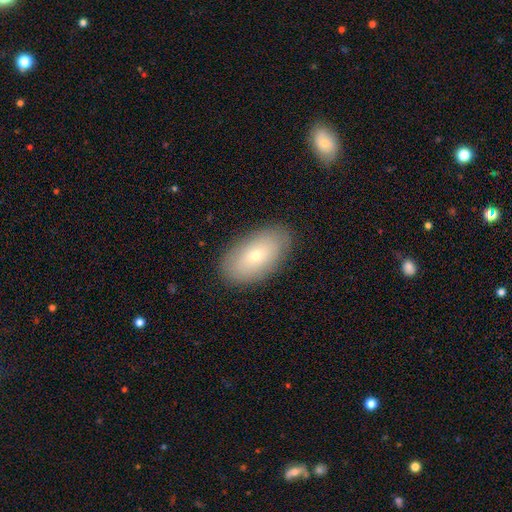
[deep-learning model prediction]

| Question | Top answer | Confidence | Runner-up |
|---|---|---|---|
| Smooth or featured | smooth | 70% | featured or disk (22%) |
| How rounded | in between | 93% | round (5%) |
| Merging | none | 87% | minor disturbance (10%) |